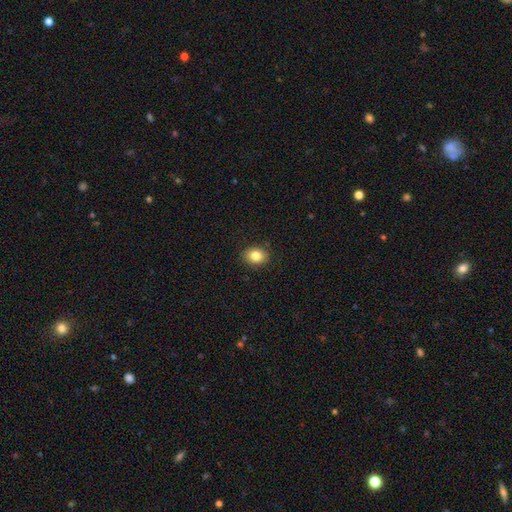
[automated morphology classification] A smooth galaxy with no disk features (84%) that is in between round and cigar-shaped (58%). Merging: none (88%).